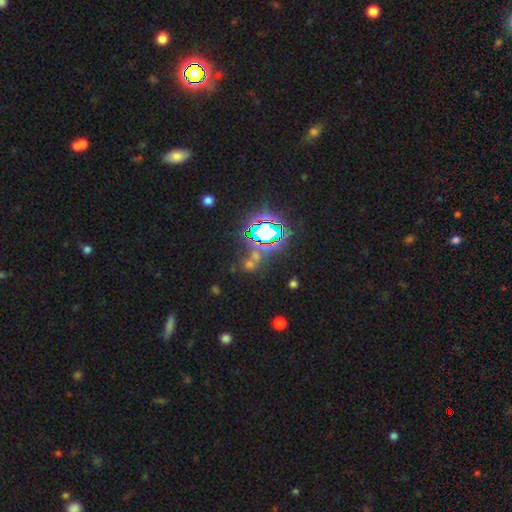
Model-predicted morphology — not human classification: Q: Smooth or featured?
A: star or artifact (67%); runner-up: smooth (23%)